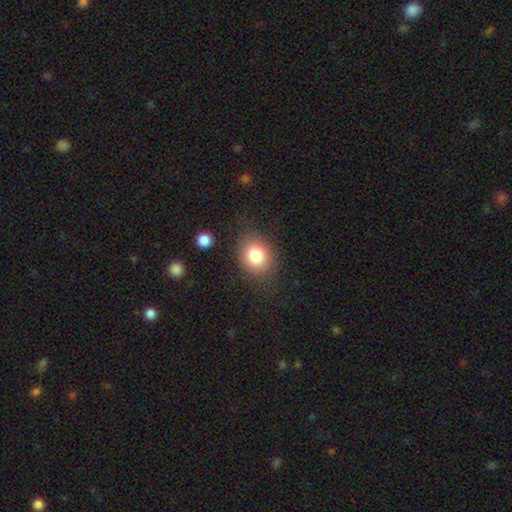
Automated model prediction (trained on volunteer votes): This is clearly a smooth galaxy (82%). How rounded: possibly in between (54%). Merging: likely none (77%).